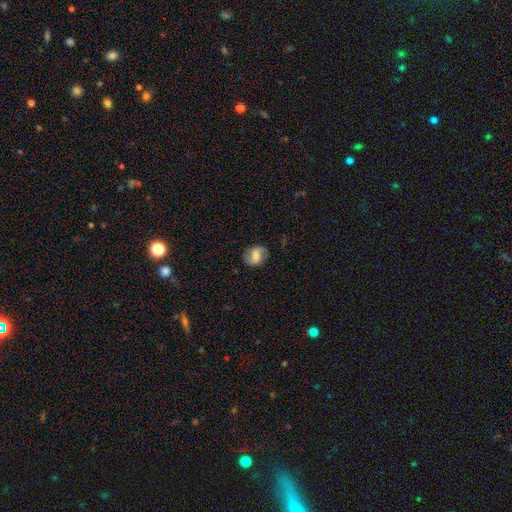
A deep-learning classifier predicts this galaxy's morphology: This appears to be a smooth galaxy with no disk features (51%) that is in between round and cigar-shaped (50%). Merging: none (78%).